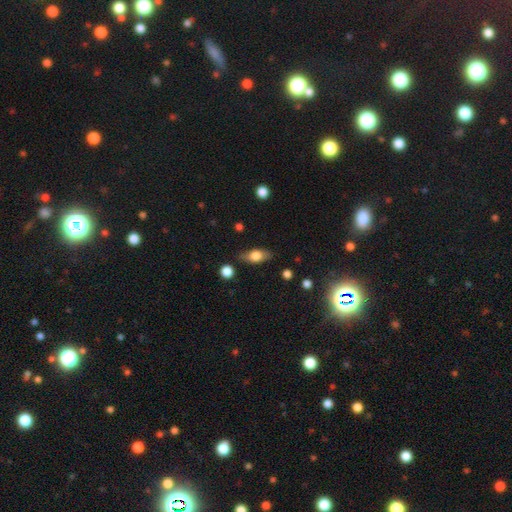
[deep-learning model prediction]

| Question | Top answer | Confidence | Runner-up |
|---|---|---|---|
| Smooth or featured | smooth | 63% | featured or disk (29%) |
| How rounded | in between | 79% | cigar-shaped (14%) |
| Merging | none | 80% | minor disturbance (15%) |